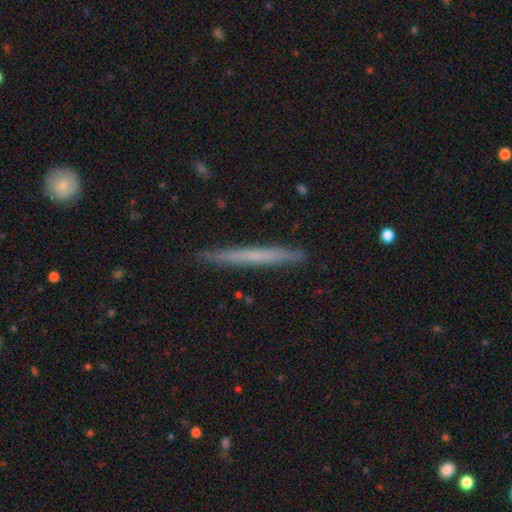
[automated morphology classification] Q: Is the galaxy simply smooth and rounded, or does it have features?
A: smooth — 52%.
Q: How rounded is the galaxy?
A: cigar-shaped — 97%.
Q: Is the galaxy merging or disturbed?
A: none — 91%.